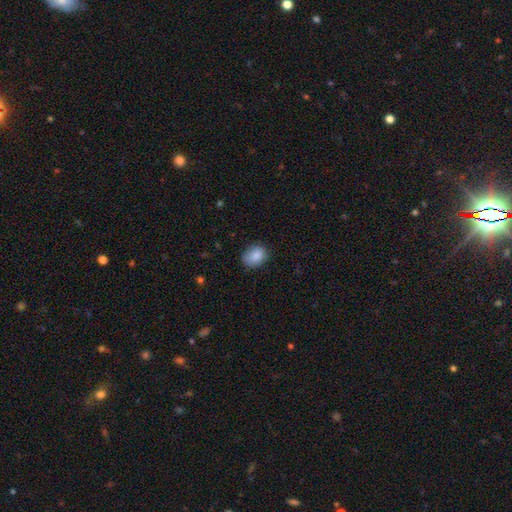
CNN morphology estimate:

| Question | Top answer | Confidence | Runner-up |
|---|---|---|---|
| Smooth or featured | smooth | 87% | star or artifact (8%) |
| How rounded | in between | 59% | round (40%) |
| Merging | none | 76% | minor disturbance (19%) |